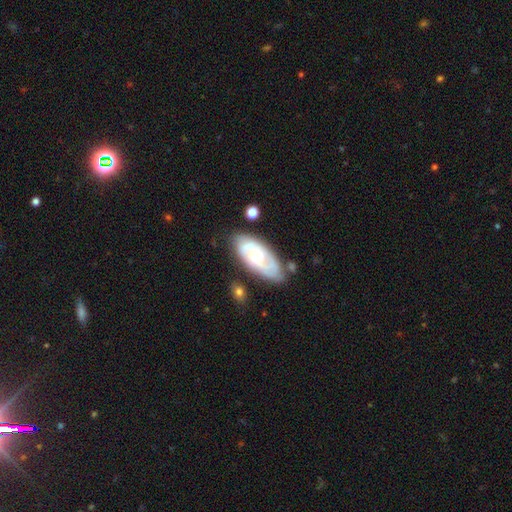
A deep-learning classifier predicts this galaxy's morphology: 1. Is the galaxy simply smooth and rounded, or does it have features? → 70% featured or disk, 25% smooth, 5% star or artifact.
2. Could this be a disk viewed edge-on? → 91% no, 9% yes.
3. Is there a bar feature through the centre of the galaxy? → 69% no, 26% weak, 5% strong.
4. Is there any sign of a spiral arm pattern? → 83% yes, 17% no.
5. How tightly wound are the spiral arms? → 51% tight, 37% medium, 13% loose.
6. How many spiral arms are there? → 49% 2, 32% can't tell, 10% 3, 5% 1, 2% 4, 2% more than 4.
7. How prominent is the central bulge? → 67% moderate, 19% small, 11% large, 1% none, 1% dominant.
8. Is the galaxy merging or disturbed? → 68% none, 21% minor disturbance, 6% major disturbance, 4% merger.